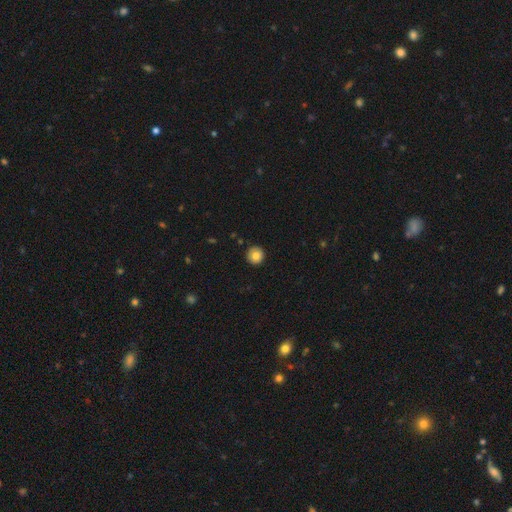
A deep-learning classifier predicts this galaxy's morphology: Q: Smooth or featured?
A: smooth (80%); runner-up: featured or disk (11%)
Q: How rounded?
A: round (95%); runner-up: in between (4%)
Q: Merging?
A: none (91%); runner-up: minor disturbance (6%)